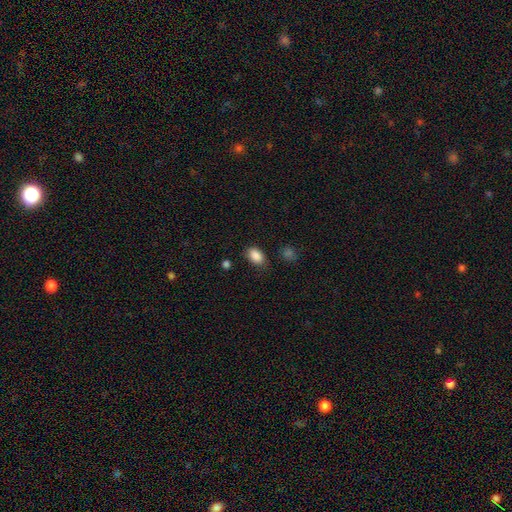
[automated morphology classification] smooth 88%, star or artifact 9%, featured or disk 4%. Down the decision tree: how rounded — in between (85%); merging — none (78%).